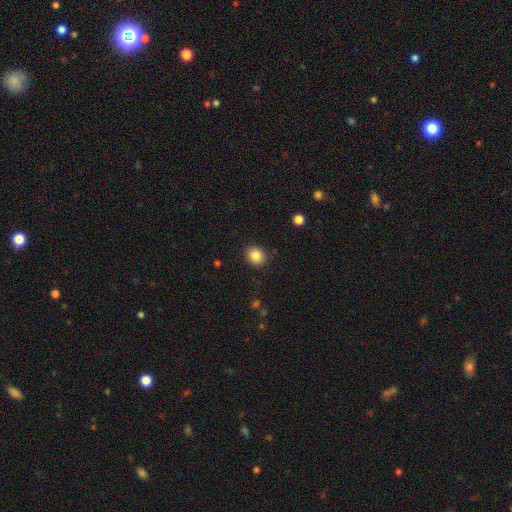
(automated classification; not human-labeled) smooth_or_featured: smooth (p=0.85) [alt: star or artifact p=0.10]
how_rounded: round (p=0.78) [alt: in between p=0.21]
merging: none (p=0.90) [alt: minor disturbance p=0.07]